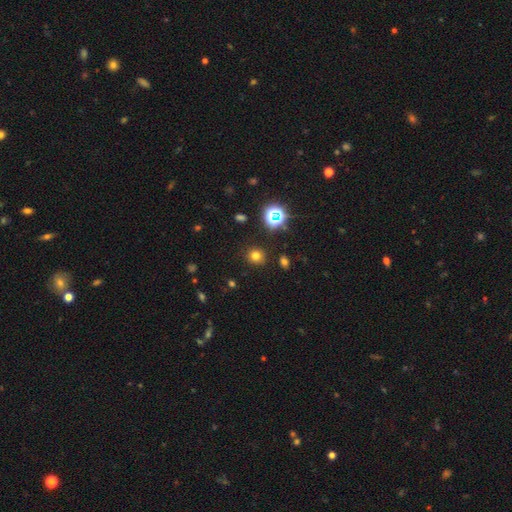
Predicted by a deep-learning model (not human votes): Smooth or featured? Predicted: smooth (p=0.71). How rounded? Predicted: round (p=0.88). Merging? Predicted: none (p=0.89).